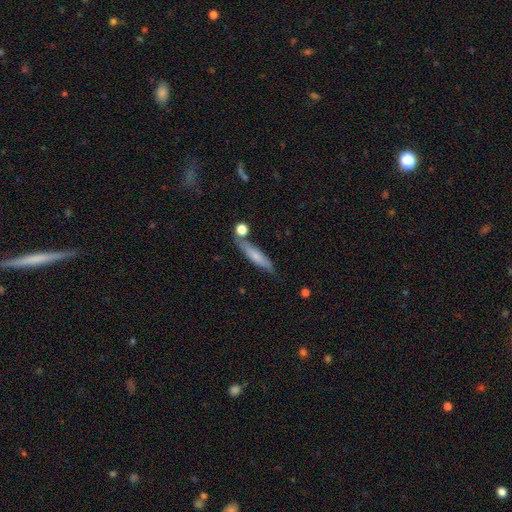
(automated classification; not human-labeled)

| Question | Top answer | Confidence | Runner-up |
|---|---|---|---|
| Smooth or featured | smooth | 64% | featured or disk (29%) |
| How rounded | cigar-shaped | 80% | in between (18%) |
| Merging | none | 69% | minor disturbance (16%) |